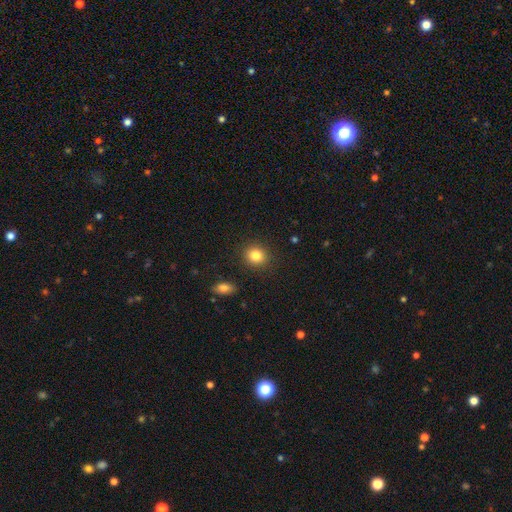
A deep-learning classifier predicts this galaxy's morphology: This appears to be a smooth galaxy with no disk features (84%) that is round (79%). Merging: none (90%).